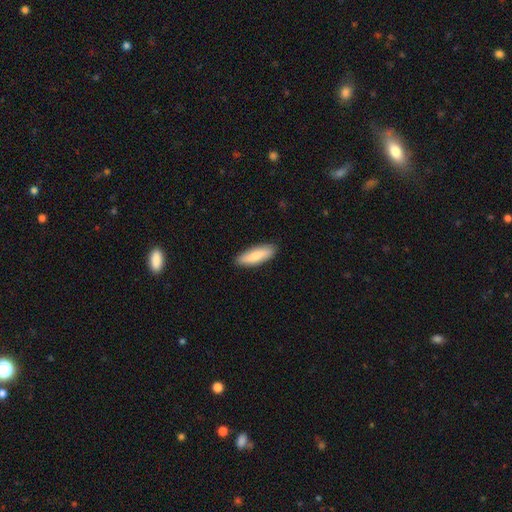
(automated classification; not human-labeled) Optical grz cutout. It shows a smooth galaxy with no disk features (83%) that is in between round and cigar-shaped (52%). Merging: none (89%).